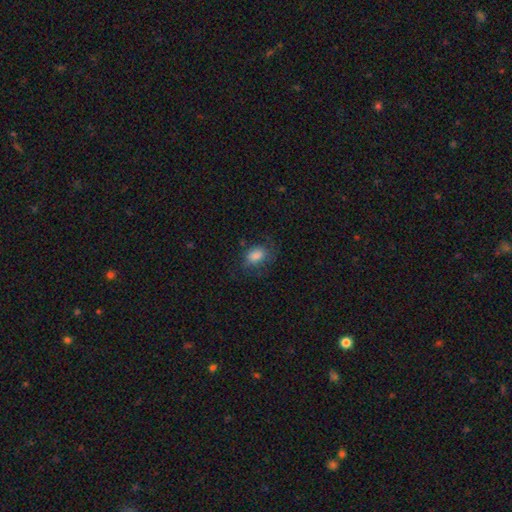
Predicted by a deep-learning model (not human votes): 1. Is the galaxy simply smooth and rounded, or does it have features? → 79% smooth, 11% featured or disk, 10% star or artifact.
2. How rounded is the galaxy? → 78% in between, 20% round, 2% cigar-shaped.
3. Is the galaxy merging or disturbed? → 64% none, 22% minor disturbance, 13% major disturbance, 1% merger.